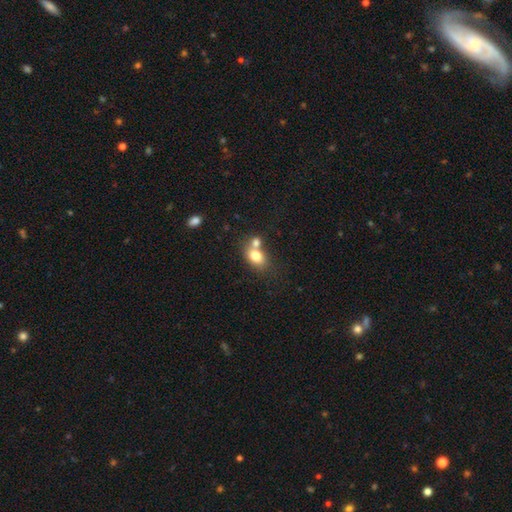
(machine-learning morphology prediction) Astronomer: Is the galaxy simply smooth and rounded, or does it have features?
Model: smooth — 77%.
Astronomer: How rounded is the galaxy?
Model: in between — 66%.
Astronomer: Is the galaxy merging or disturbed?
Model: merger — 48% (runner-up: none, 38%).